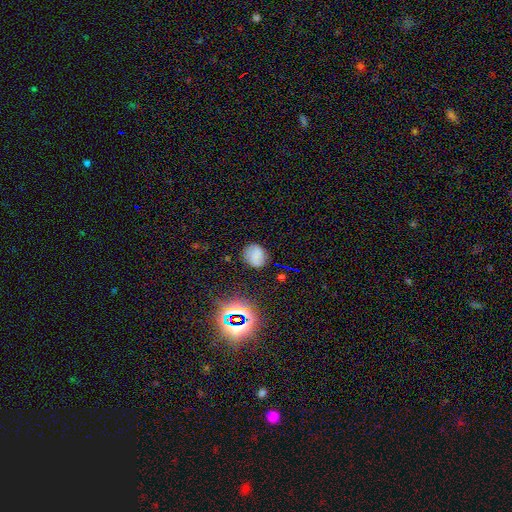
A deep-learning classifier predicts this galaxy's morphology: Smooth or featured?
  - smooth: 62% *
  - featured or disk: 20%
  - star or artifact: 18%
How rounded?
  - round: 69% *
  - in between: 30%
  - cigar-shaped: 1%
Merging?
  - none: 78% *
  - minor disturbance: 16%
  - major disturbance: 5%
  - merger: 2%